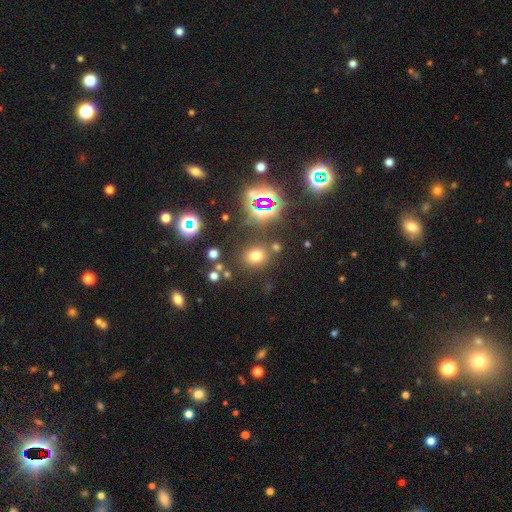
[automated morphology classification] Smooth or featured: smooth — 63% (star or artifact — 28%)
How rounded: round — 66% (in between — 33%)
Merging: none — 78% (minor disturbance — 10%)